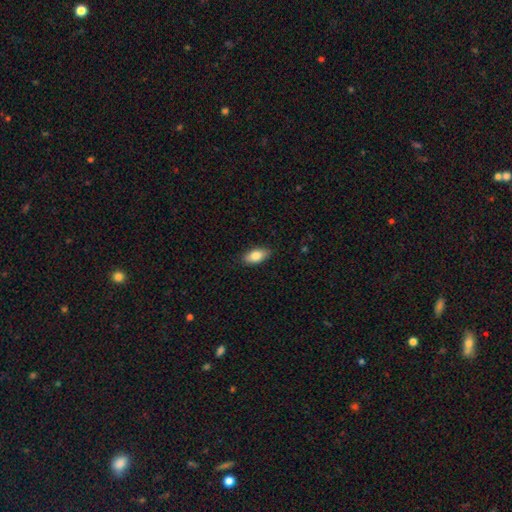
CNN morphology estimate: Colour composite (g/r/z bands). It shows a smooth galaxy with no disk features (83%) that is in between round and cigar-shaped (90%). Merging: none (87%).